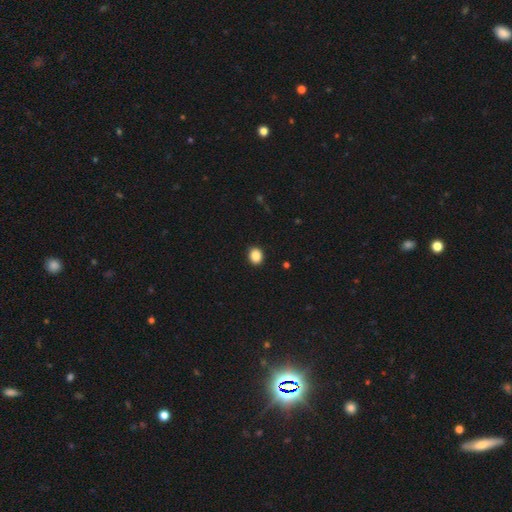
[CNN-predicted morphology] Smooth or featured? Predicted: smooth (p=0.88). How rounded? Predicted: round (p=0.59). Merging? Predicted: none (p=0.91).